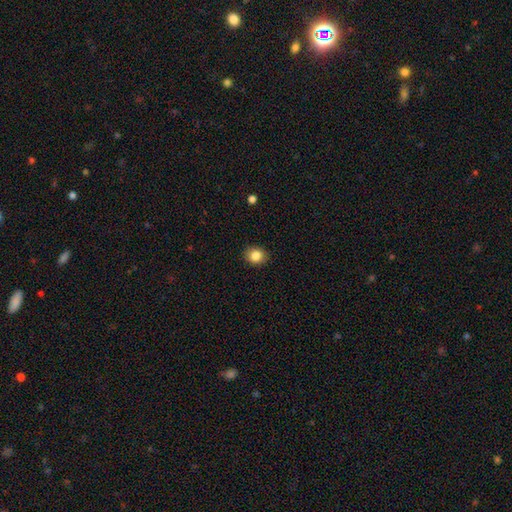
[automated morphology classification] Smooth or featured: smooth — 85% (star or artifact — 10%)
How rounded: round — 66% (in between — 33%)
Merging: none — 89% (minor disturbance — 8%)